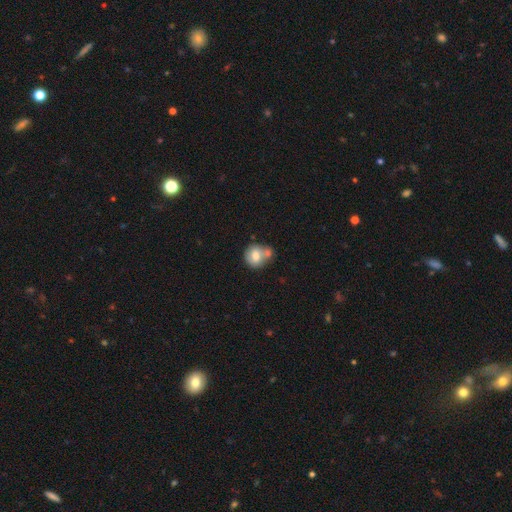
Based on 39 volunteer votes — Morphology: type=smooth (87%); roundness=round (76%); merging=merger (49%).